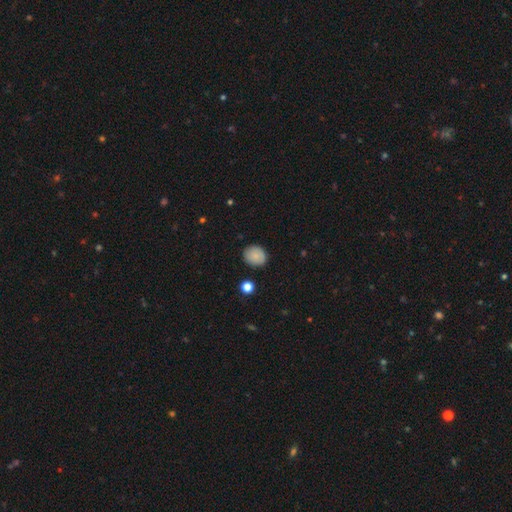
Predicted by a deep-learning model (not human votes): Smooth or featured?
  - smooth: 84% *
  - star or artifact: 8%
  - featured or disk: 8%
How rounded?
  - round: 71% *
  - in between: 28%
  - cigar-shaped: 1%
Merging?
  - none: 86% *
  - minor disturbance: 10%
  - major disturbance: 2%
  - merger: 1%